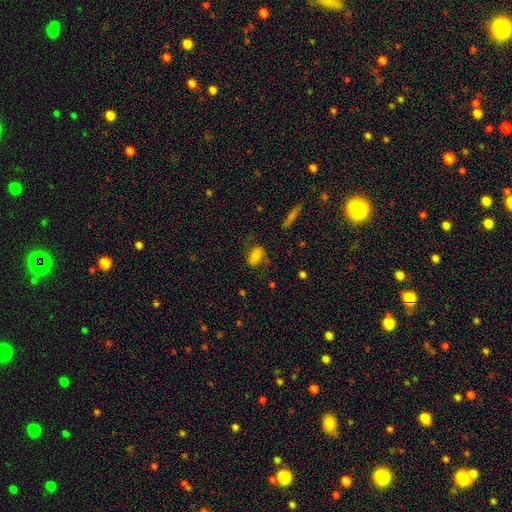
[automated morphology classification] Smooth or featured: smooth — 74% (featured or disk — 16%)
How rounded: in between — 88% (round — 8%)
Merging: none — 63% (minor disturbance — 23%)